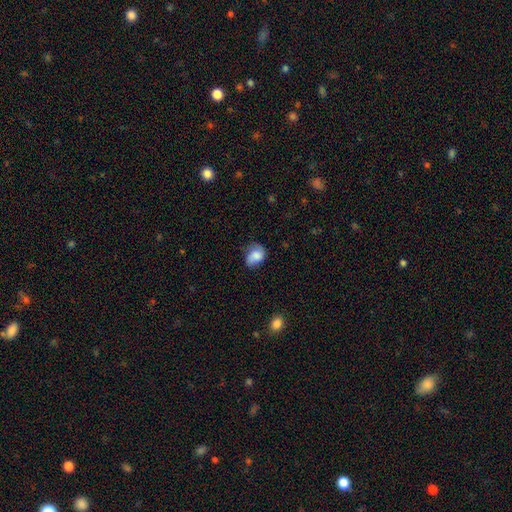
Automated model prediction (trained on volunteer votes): Morphology: type=smooth (78%); roundness=in between (66%); merging=none (49%).